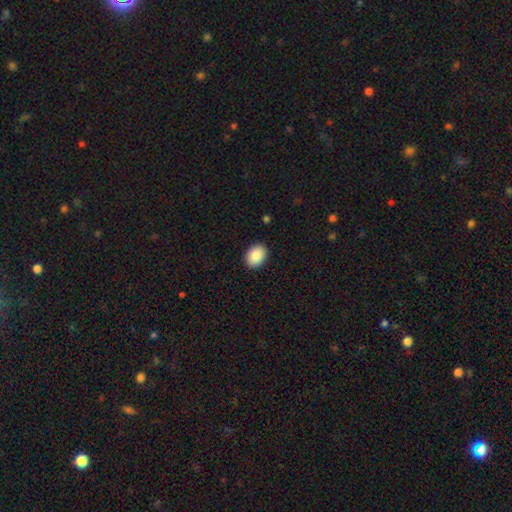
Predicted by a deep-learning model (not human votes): This appears to be a smooth galaxy with no disk features (88%) that is in between round and cigar-shaped (72%). Merging: none (91%).